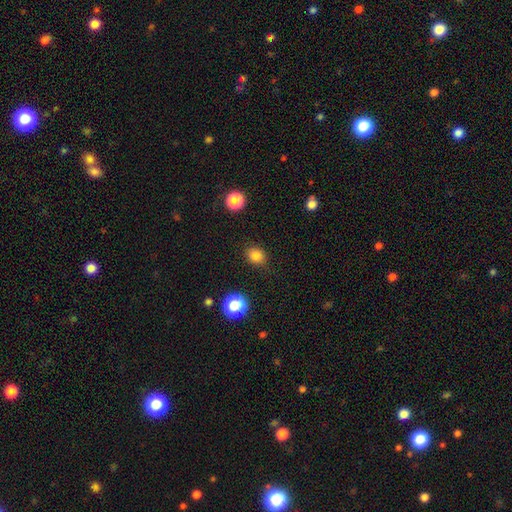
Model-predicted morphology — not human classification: Smooth or featured? smooth (82%)
How rounded? round (57%)
Merging? none (86%)